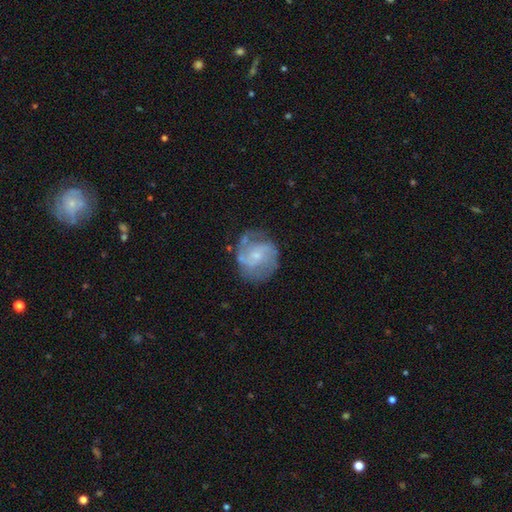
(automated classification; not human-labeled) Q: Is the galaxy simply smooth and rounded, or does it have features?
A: featured or disk — 75%.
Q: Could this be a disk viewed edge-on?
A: no — 98%.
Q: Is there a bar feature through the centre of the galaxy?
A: no — 54%.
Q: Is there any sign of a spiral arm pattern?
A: yes — 89%.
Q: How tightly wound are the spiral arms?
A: medium — 48%.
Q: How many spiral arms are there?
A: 2 — 59%.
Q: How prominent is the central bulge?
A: small — 65%.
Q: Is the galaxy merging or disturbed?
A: none — 66%.